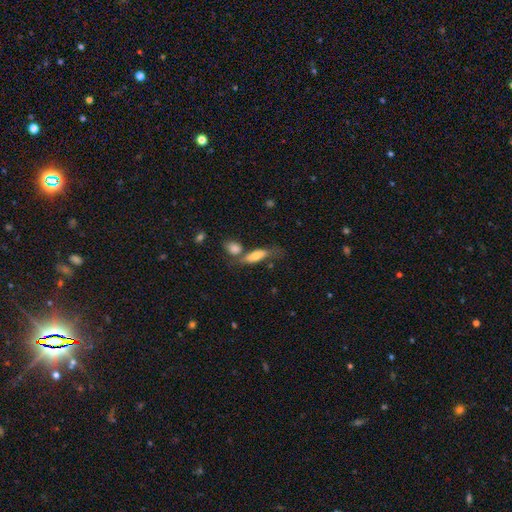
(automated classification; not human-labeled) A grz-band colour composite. It shows a smooth galaxy with no disk features (68%) that is in between round and cigar-shaped (58%). Merging: none (46%).